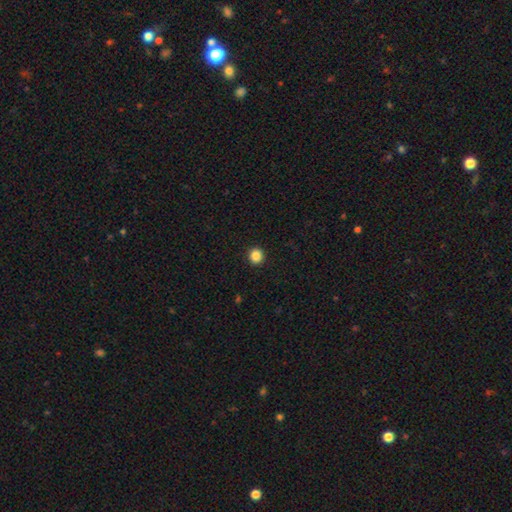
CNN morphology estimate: This appears to be a smooth galaxy with no disk features (87%) that is round (88%). Merging: none (93%).